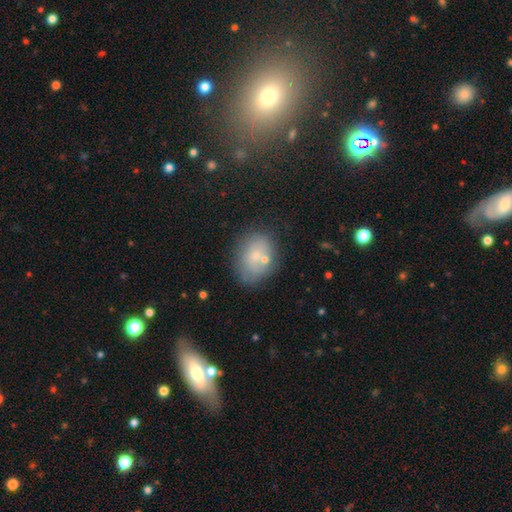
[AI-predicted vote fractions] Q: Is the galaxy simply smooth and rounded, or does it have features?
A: smooth — 61%.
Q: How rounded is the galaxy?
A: in between — 63%.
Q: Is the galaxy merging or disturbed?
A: none — 60%.